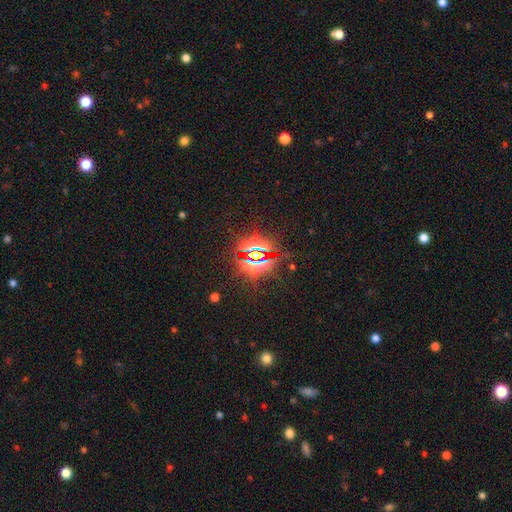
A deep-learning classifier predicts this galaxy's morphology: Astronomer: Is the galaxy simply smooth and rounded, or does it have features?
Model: star or artifact — 81%.